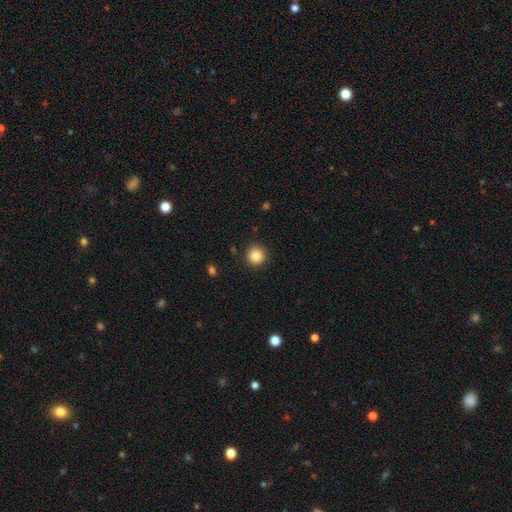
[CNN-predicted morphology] smooth-or-featured: smooth: 86% | star or artifact: 10% | featured or disk: 4%
  how-rounded: round: 94% | in between: 5% | cigar-shaped: 1%
  merging: none: 90% | minor disturbance: 6% | major disturbance: 2% | merger: 1%